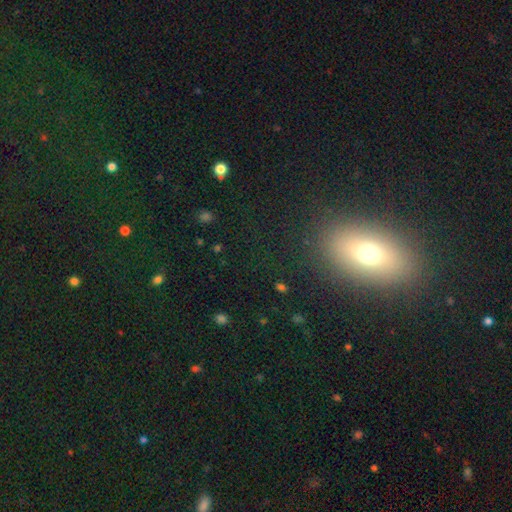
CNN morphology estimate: type=smooth (59%); roundness=in between (70%); merging=none (86%).